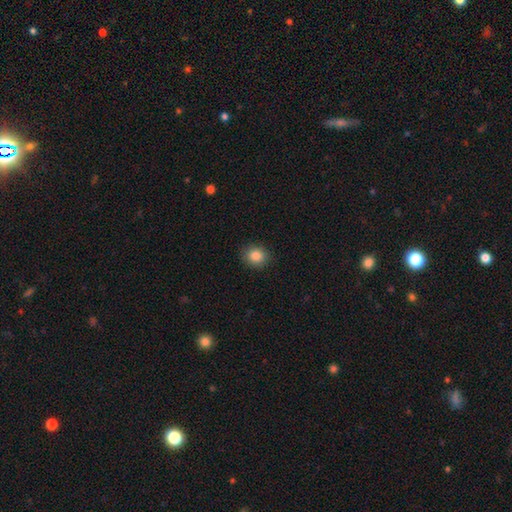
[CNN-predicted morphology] Smooth or featured? Predicted: smooth (p=0.85). How rounded? Predicted: round (p=0.77). Merging? Predicted: none (p=0.89).